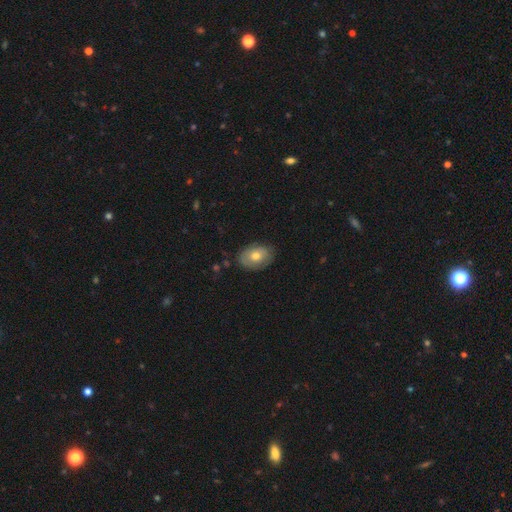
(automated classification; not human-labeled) smooth 69%, featured or disk 24%, star or artifact 7%. Down the decision tree: how rounded — in between (78%); merging — none (79%).